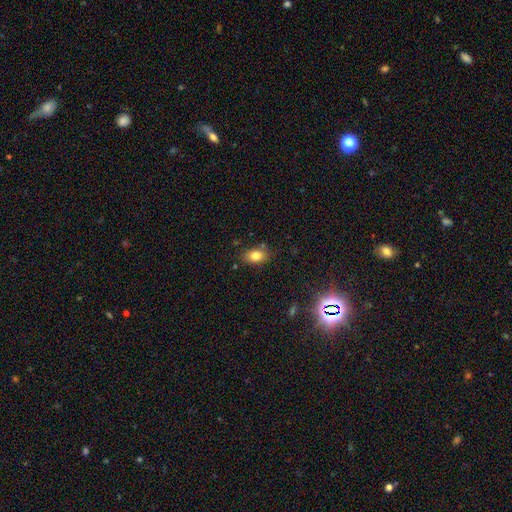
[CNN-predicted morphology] smooth 81%, star or artifact 10%, featured or disk 9%. Down the decision tree: how rounded — in between (83%); merging — none (78%).